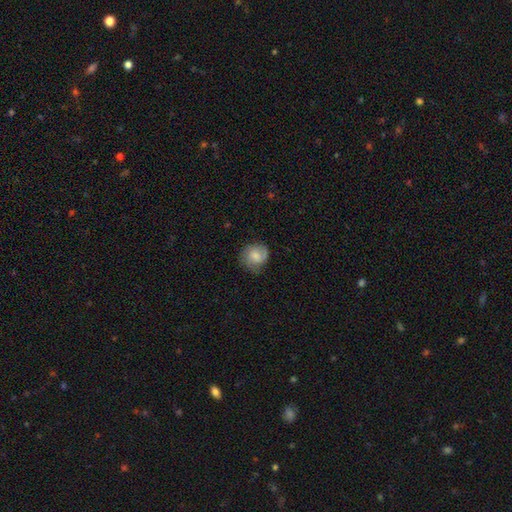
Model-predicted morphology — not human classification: A smooth galaxy with no disk features (67%) that is round (81%).

Vote fractions:
- Smooth or featured? smooth: 67% / featured or disk: 26% / star or artifact: 7%
- How rounded? round: 81% / in between: 18% / cigar-shaped: 1%
- Merging? none: 63% / minor disturbance: 27% / major disturbance: 9% / merger: 1%